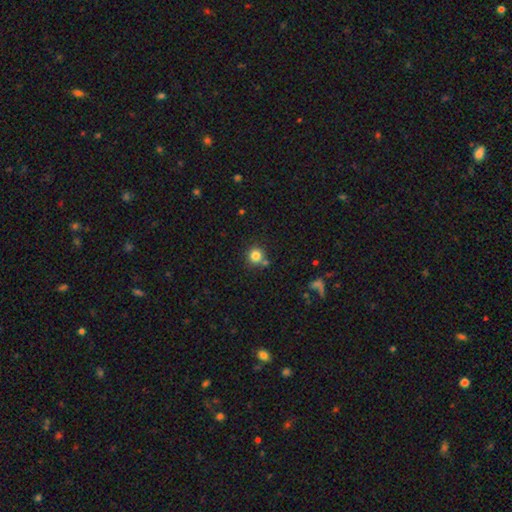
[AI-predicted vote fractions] Morphology: type=smooth (82%); roundness=round (92%); merging=none (74%).